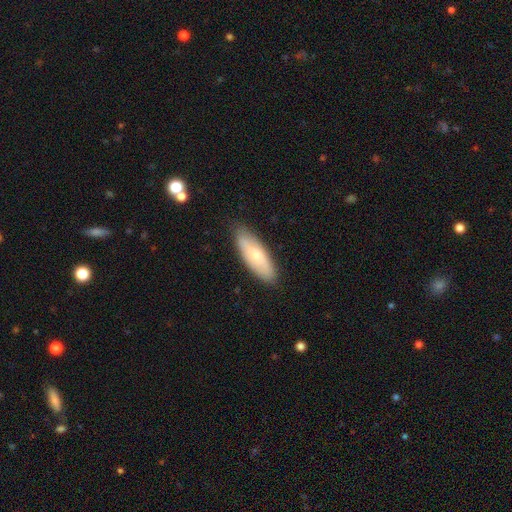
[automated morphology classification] smooth-or-featured: smooth: 69% | featured or disk: 25% | star or artifact: 6%
  how-rounded: in between: 61% | cigar-shaped: 37% | round: 2%
  merging: none: 83% | minor disturbance: 14% | major disturbance: 2% | merger: 1%